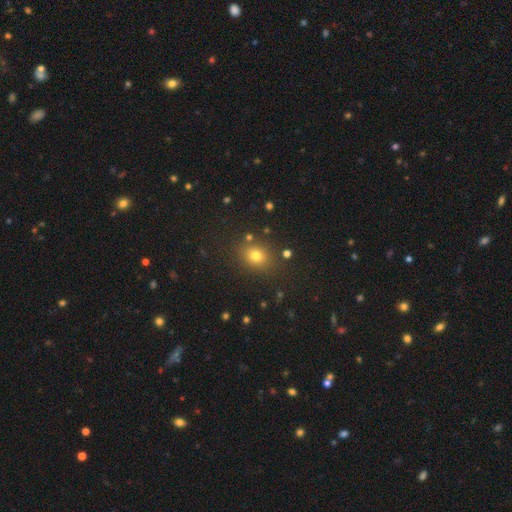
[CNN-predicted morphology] Smooth or featured? Predicted: smooth (p=0.74). How rounded? Predicted: round (p=0.57). Merging? Predicted: none (p=0.83).